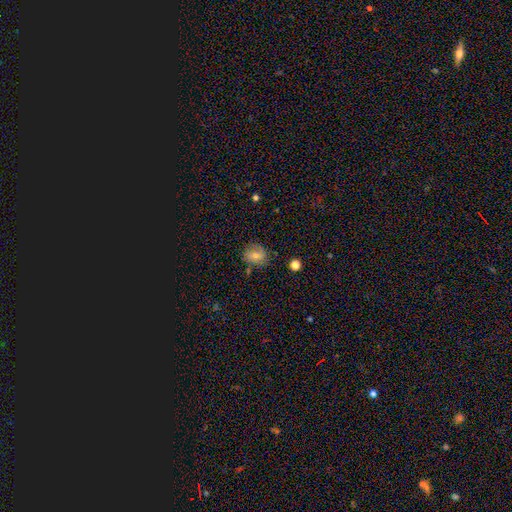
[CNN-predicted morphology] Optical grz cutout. It shows a smooth galaxy with no disk features (60%) that is round (60%). Merging: none (72%).